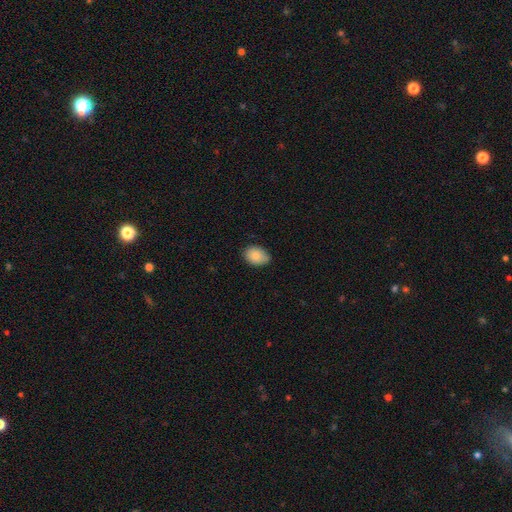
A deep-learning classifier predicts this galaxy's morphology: The model was most divided on "how rounded": in between: 75%, round: 24%, cigar-shaped: 1%. More confident: smooth or featured — smooth (83%); merging — none (75%).